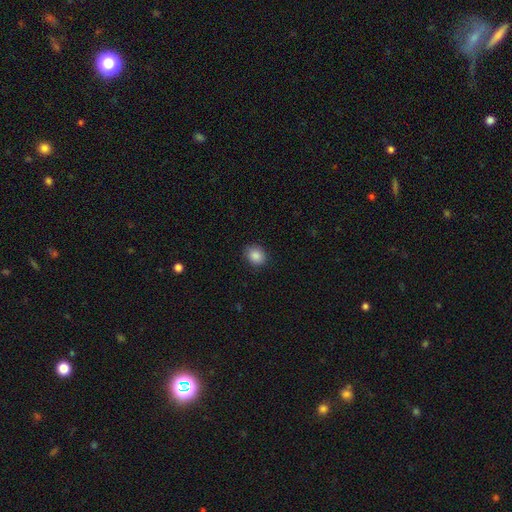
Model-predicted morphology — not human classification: Smooth or featured: smooth — 88% (star or artifact — 9%)
How rounded: round — 57% (in between — 43%)
Merging: none — 87% (minor disturbance — 9%)